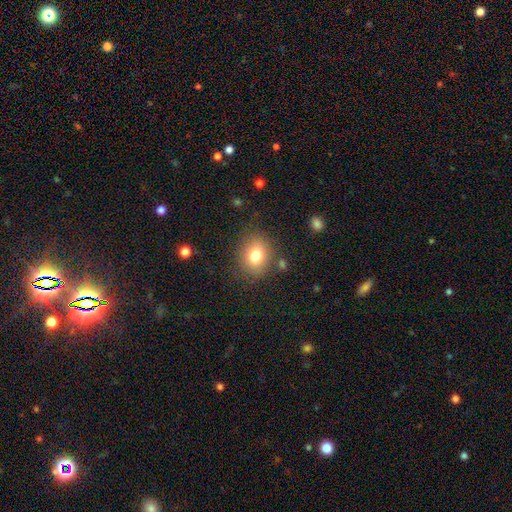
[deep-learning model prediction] smooth_or_featured: smooth (p=0.78) [alt: star or artifact p=0.11]
how_rounded: round (p=0.56) [alt: in between p=0.43]
merging: none (p=0.80) [alt: minor disturbance p=0.12]